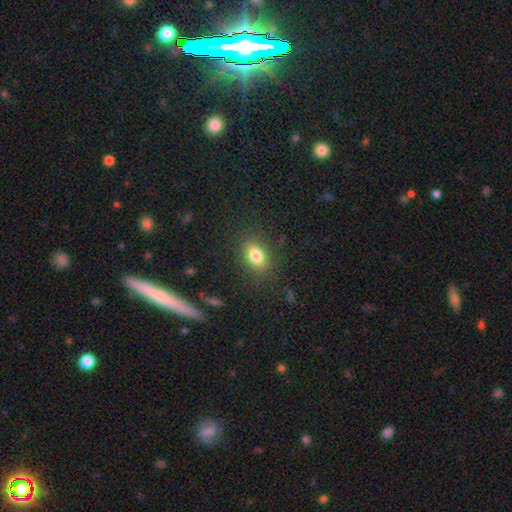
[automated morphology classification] smooth-or-featured: smooth: 80% | star or artifact: 10% | featured or disk: 10%
  how-rounded: in between: 79% | round: 18% | cigar-shaped: 3%
  merging: none: 85% | minor disturbance: 10% | major disturbance: 4% | merger: 1%